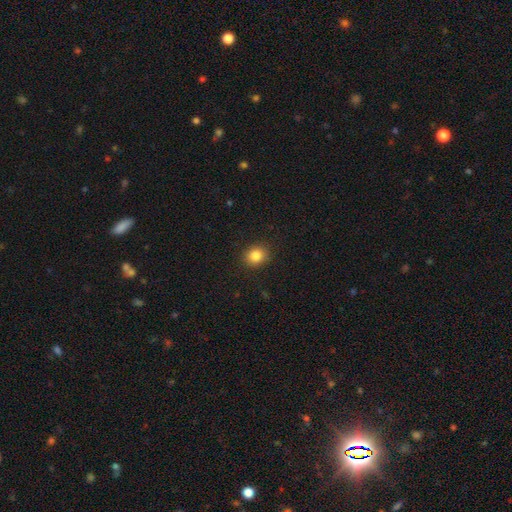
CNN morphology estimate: A smooth galaxy with no disk features (85%) that is round (72%). Merging: none (90%).